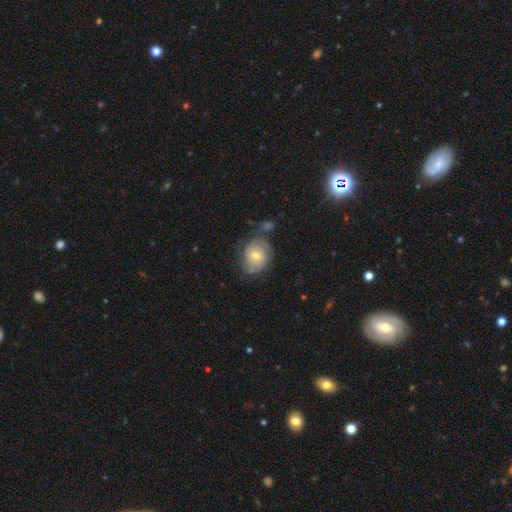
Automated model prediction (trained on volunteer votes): Smooth or featured: featured or disk — 53% (smooth — 39%)
Edge-on disk: no — 96% (yes — 4%)
Bar: no — 58% (weak — 36%)
Spiral arms: yes — 75% (no — 25%)
Bulge size: moderate — 56% (small — 39%)
Merging: none — 51% (minor disturbance — 25%)